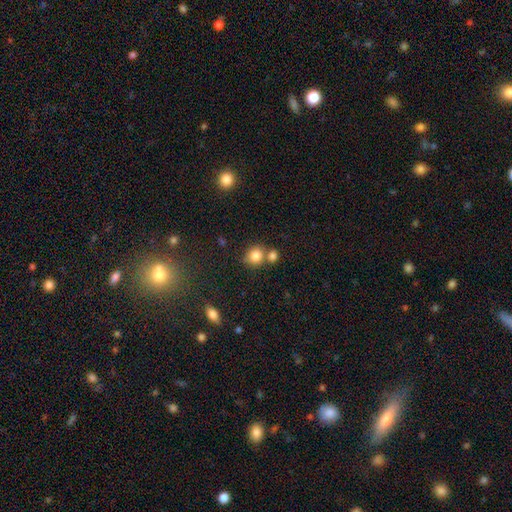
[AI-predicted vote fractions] This is clearly a smooth galaxy (83%). How rounded: likely round (75%). Merging: possibly none (55%).